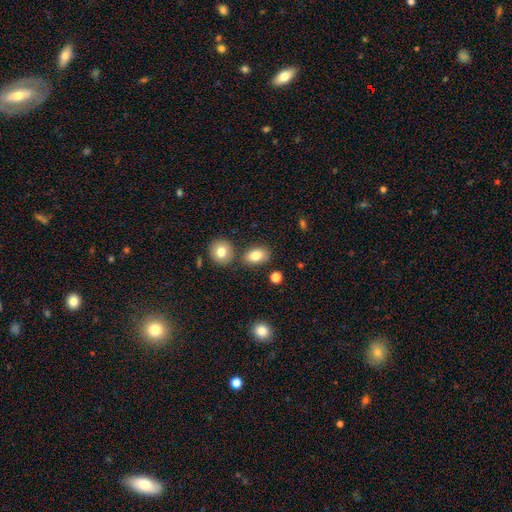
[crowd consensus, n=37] Smooth or featured: smooth — 81% (featured or disk — 14%)
How rounded: in between — 67% (round — 33%)
Merging: none — 71% (merger — 14%)